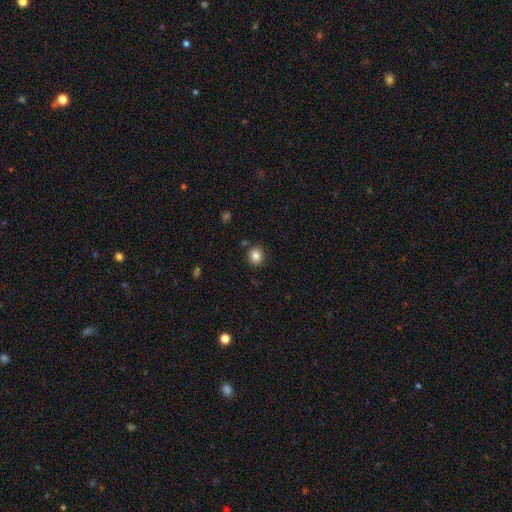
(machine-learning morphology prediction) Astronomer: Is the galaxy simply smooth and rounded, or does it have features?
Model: smooth — 84%.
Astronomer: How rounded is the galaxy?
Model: round — 83%.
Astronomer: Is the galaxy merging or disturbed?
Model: none — 85%.